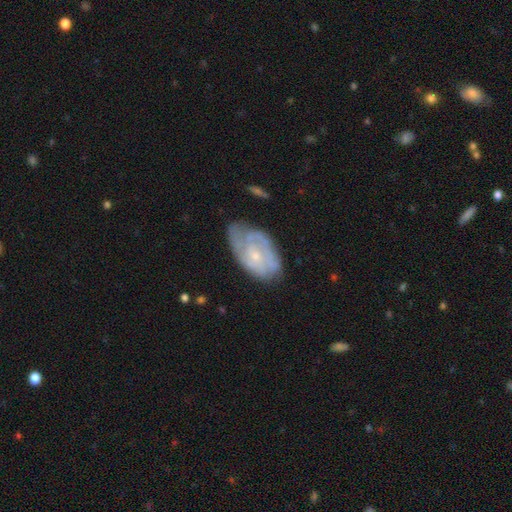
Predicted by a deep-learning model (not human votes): Morphology: type=featured or disk (67%); edge-on=no (95%); bar=no (73%); spiral arms=yes (73%); bulge=small (70%); merging=none (56%).